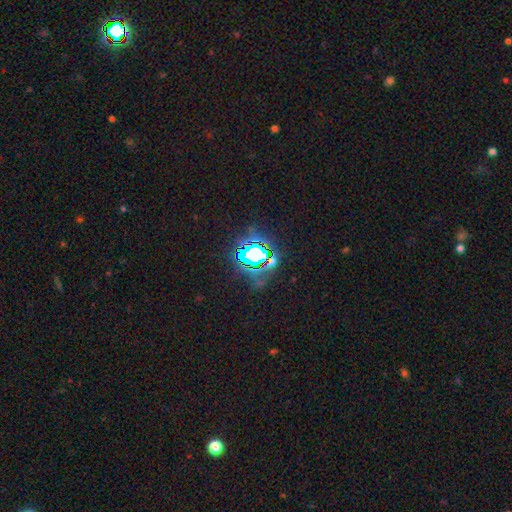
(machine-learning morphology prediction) The model was most divided on "smooth or featured": star or artifact: 72%, smooth: 15%, featured or disk: 13%.